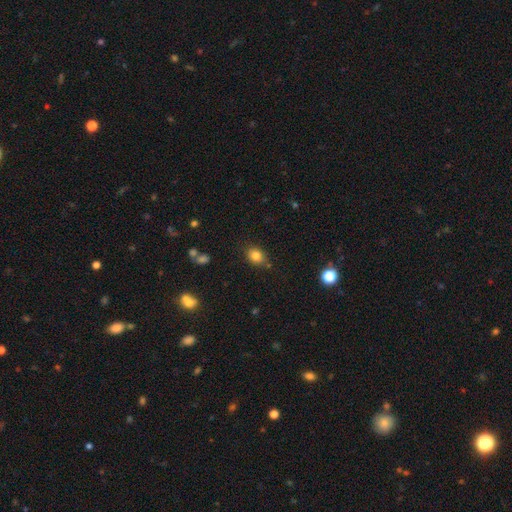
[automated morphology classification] smooth_or_featured: smooth (p=0.82) [alt: star or artifact p=0.11]
how_rounded: in between (p=0.53) [alt: round p=0.45]
merging: none (p=0.76) [alt: minor disturbance p=0.16]